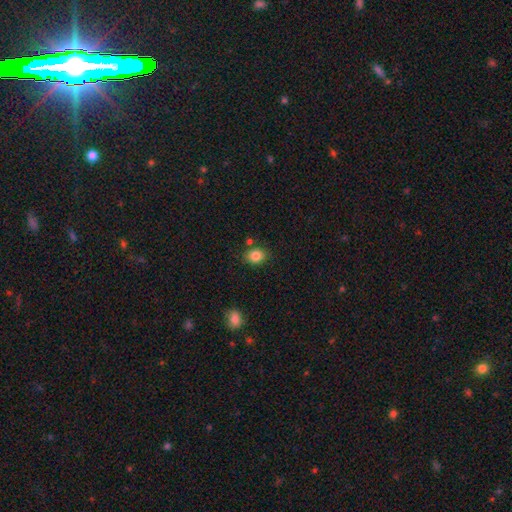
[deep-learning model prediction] Smooth or featured: smooth — 85% (star or artifact — 10%)
How rounded: round — 52% (in between — 47%)
Merging: none — 79% (minor disturbance — 12%)